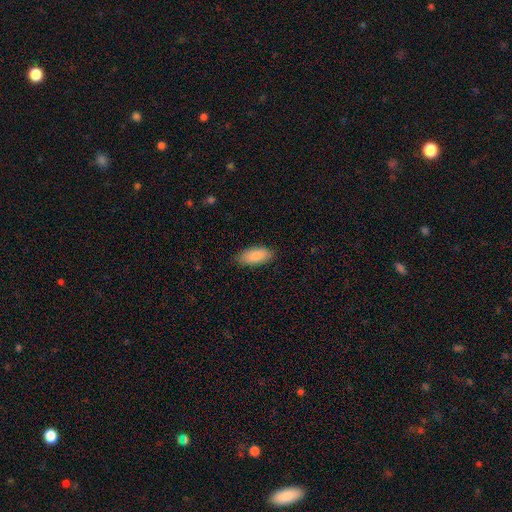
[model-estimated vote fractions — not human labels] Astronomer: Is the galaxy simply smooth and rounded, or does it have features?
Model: smooth — 86%.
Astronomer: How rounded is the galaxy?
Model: in between — 88%.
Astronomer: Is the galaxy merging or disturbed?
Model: none — 85%.